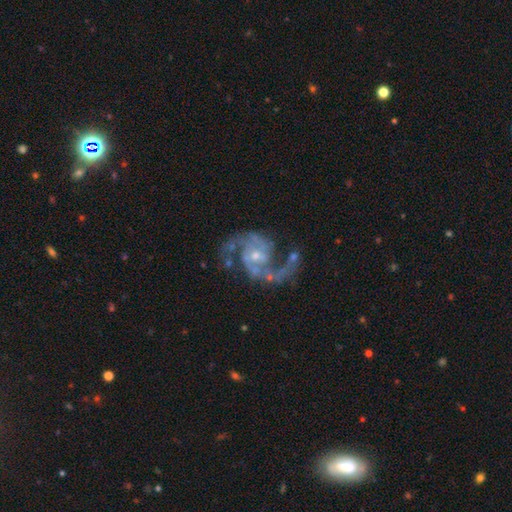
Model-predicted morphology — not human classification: Overall: featured or disk (92%). Edge-on disk: no (98%). Bar: no (47%; weak 41%). Spiral arms: yes (98%). Spiral arm count: 2 (92%). Spiral winding: medium (56%; loose 33%). Bulge size: small (55%; moderate 39%). Merging: none (67%).